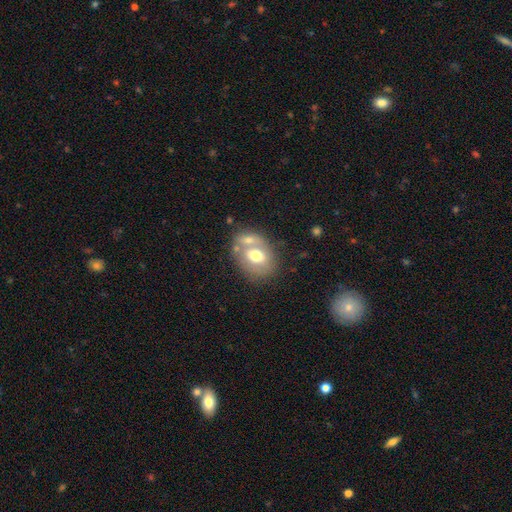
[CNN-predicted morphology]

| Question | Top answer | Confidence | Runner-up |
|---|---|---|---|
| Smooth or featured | smooth | 60% | featured or disk (32%) |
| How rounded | in between | 60% | round (39%) |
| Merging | none | 43% | merger (36%) |